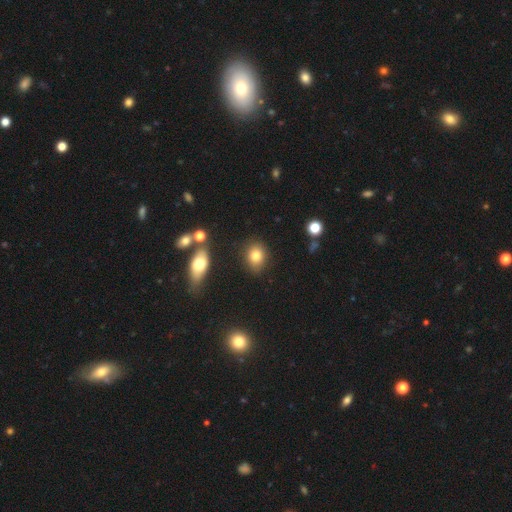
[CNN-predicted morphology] Smooth or featured: smooth — 81% (star or artifact — 10%)
How rounded: in between — 53% (round — 45%)
Merging: none — 81% (minor disturbance — 11%)